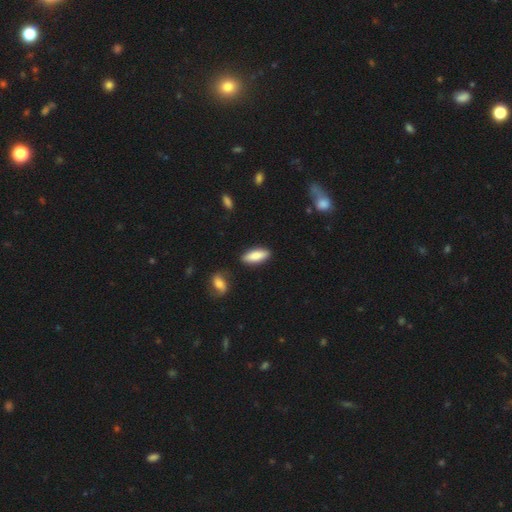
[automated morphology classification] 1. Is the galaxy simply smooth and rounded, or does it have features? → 83% smooth, 12% featured or disk, 6% star or artifact.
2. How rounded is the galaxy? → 68% in between, 29% cigar-shaped, 2% round.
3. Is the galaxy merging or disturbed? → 84% none, 10% minor disturbance, 3% merger, 2% major disturbance.